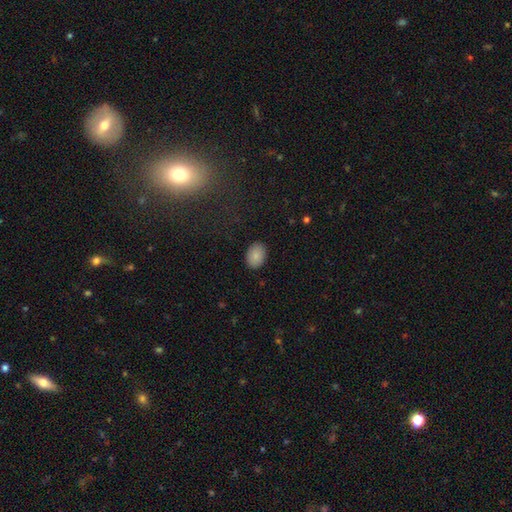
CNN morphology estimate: Overall: smooth (87%). How rounded: in between (82%). Merging: none (88%).